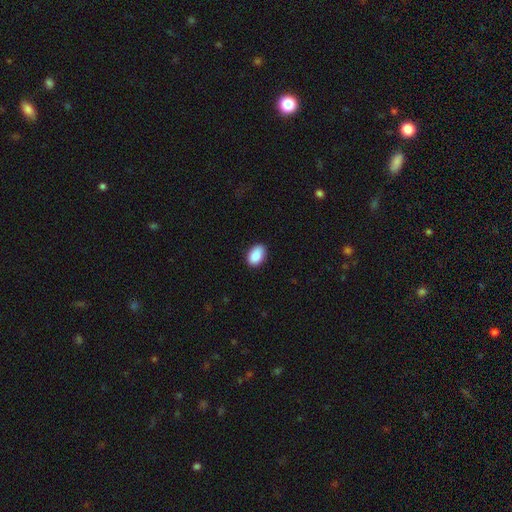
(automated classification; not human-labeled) Smooth or featured?
  - smooth: 90% *
  - star or artifact: 7%
  - featured or disk: 4%
How rounded?
  - in between: 89% *
  - round: 10%
  - cigar-shaped: 1%
Merging?
  - none: 85% *
  - minor disturbance: 12%
  - major disturbance: 2%
  - merger: 1%